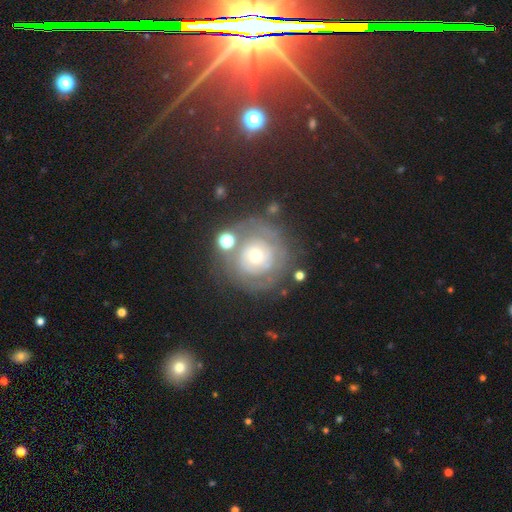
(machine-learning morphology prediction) Q: Smooth or featured?
A: featured or disk (63%); runner-up: smooth (27%)
Q: Edge-on disk?
A: no (97%); runner-up: yes (3%)
Q: Bar?
A: no (87%); runner-up: weak (10%)
Q: Spiral arms?
A: yes (59%); runner-up: no (41%)
Q: Bulge size?
A: small (50%); runner-up: moderate (40%)
Q: Merging?
A: none (67%); runner-up: minor disturbance (15%)